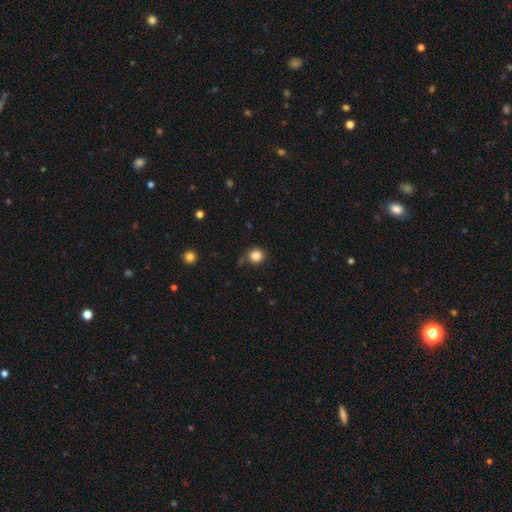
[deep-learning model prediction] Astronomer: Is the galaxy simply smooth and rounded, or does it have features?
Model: smooth — 85%.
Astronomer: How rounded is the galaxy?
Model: round — 89%.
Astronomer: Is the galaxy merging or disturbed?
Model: none — 79%.